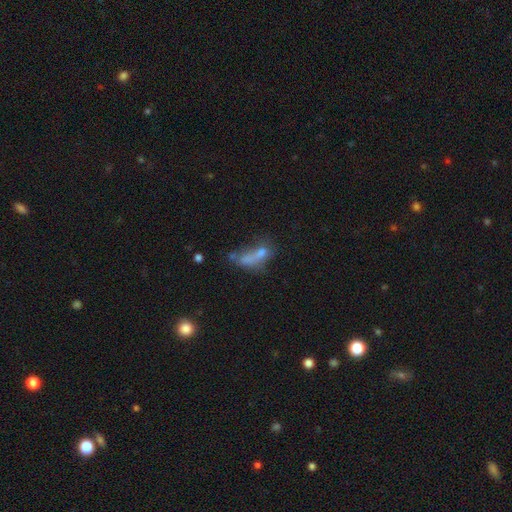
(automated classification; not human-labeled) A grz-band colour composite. It shows a smooth galaxy with no disk features (53%) that is in between round and cigar-shaped (60%). Merging: merger (31%).